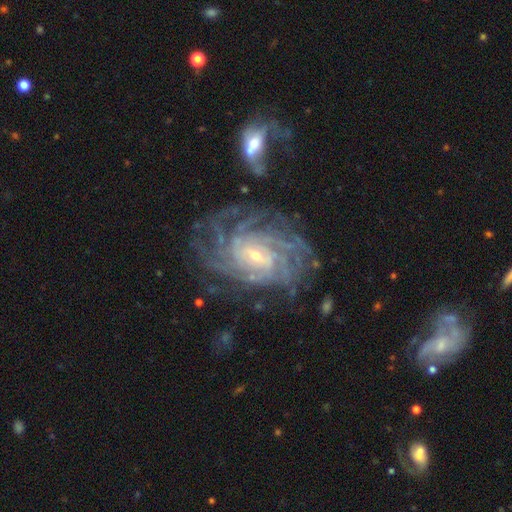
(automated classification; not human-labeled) This is clearly a featured or disk galaxy (90%). It is clearly not viewed edge-on (97%). Bar: possibly no (47%). Spiral arm pattern: clearly yes (97%). Spiral arm count: marginally more than 4 (30%). Spiral winding: likely tight (72%). Central bulge: likely small (76%). Merging: likely none (67%).